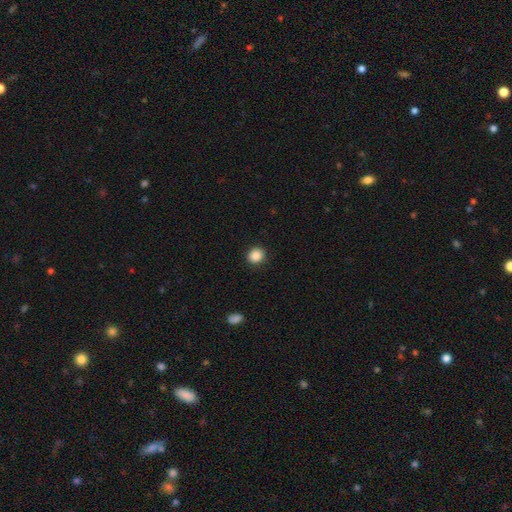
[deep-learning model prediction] Q: Smooth or featured?
A: smooth (88%); runner-up: star or artifact (9%)
Q: How rounded?
A: round (87%); runner-up: in between (12%)
Q: Merging?
A: none (92%); runner-up: minor disturbance (6%)